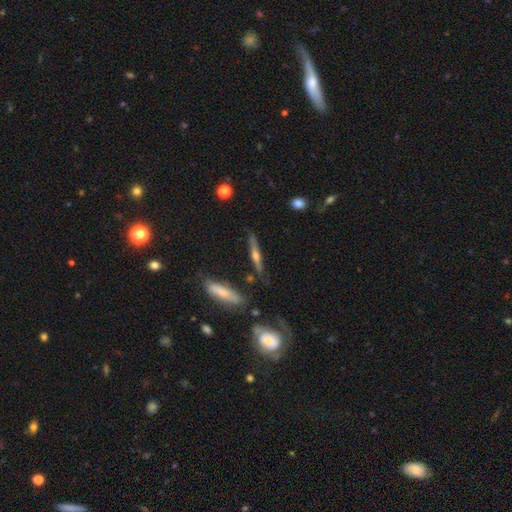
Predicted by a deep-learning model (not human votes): This is likely a featured or disk galaxy (69%). It is clearly viewed edge-on (95%). Edge-on bulge: clearly rounded (89%). Merging: clearly none (81%).